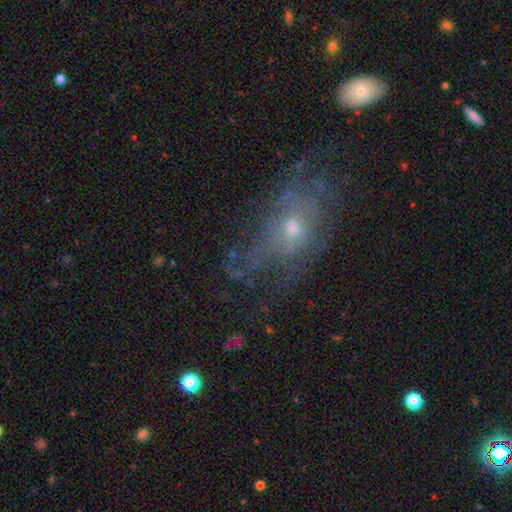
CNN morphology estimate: Smooth or featured? featured or disk (56%)
Edge-on disk? no (91%)
Bar? no (82%)
Spiral arms? no (55%)
Bulge size? small (52%)
Merging? none (52%)